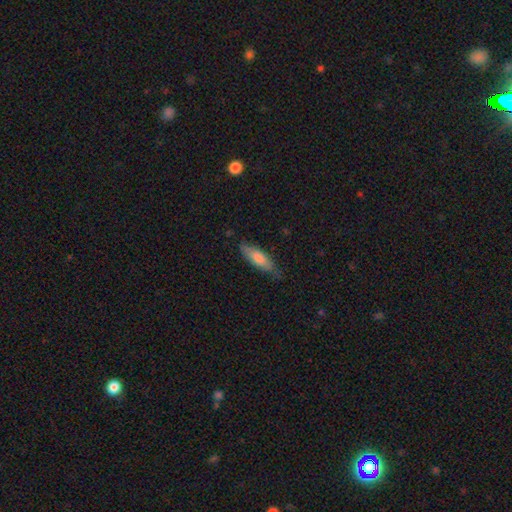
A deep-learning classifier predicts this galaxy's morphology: type=smooth (65%); roundness=cigar-shaped (56%); merging=none (77%).